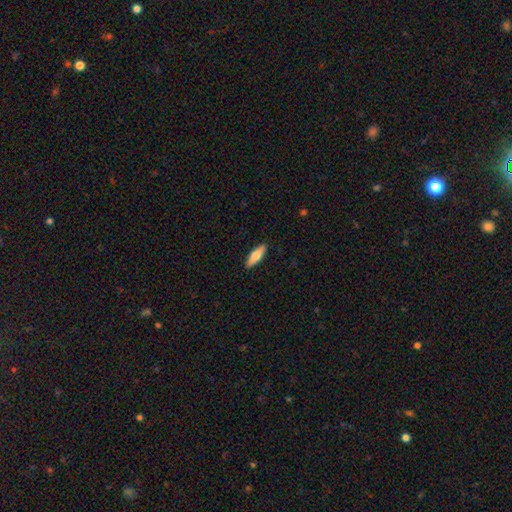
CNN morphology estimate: Overall: smooth (67%; featured or disk 28%). How rounded: cigar-shaped (55%; in between 43%). Merging: none (90%).